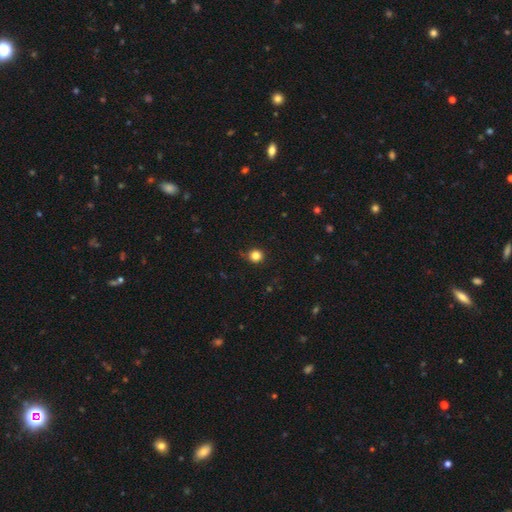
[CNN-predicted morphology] Overall: smooth (83%). How rounded: round (91%). Merging: none (84%).